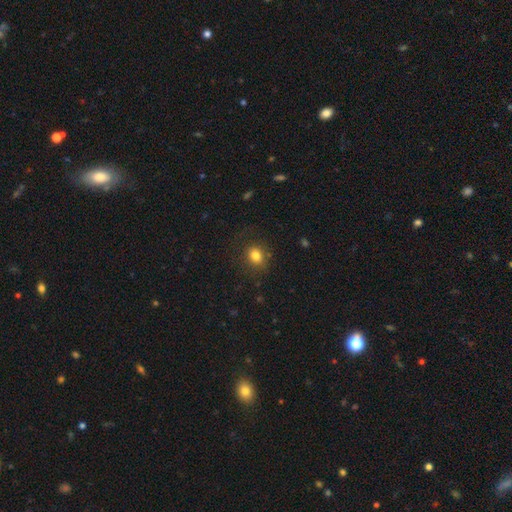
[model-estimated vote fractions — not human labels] Overall: smooth (81%). How rounded: round (65%; in between 34%). Merging: none (81%).